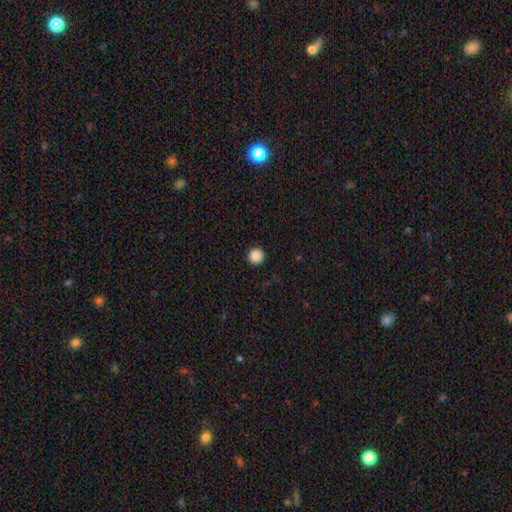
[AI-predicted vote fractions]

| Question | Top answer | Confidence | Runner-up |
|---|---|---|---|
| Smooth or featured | smooth | 88% | star or artifact (10%) |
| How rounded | round | 95% | in between (4%) |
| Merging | none | 93% | minor disturbance (5%) |